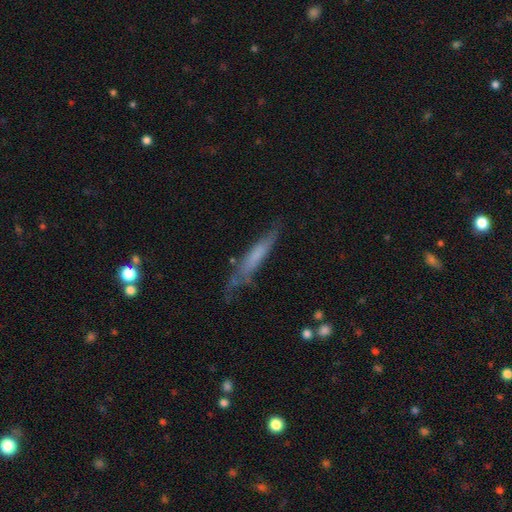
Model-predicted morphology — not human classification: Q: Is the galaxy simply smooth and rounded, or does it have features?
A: smooth — 52%.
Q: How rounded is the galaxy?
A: cigar-shaped — 88%.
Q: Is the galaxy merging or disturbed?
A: none — 57%.